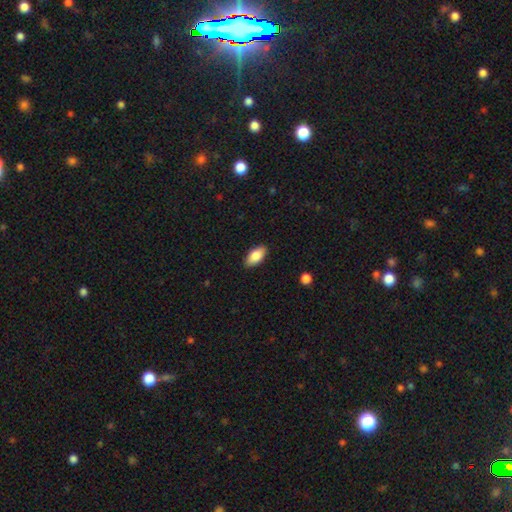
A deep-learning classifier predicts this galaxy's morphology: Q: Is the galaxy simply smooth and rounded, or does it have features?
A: smooth — 85%.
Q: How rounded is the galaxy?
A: in between — 92%.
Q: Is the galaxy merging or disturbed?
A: none — 88%.